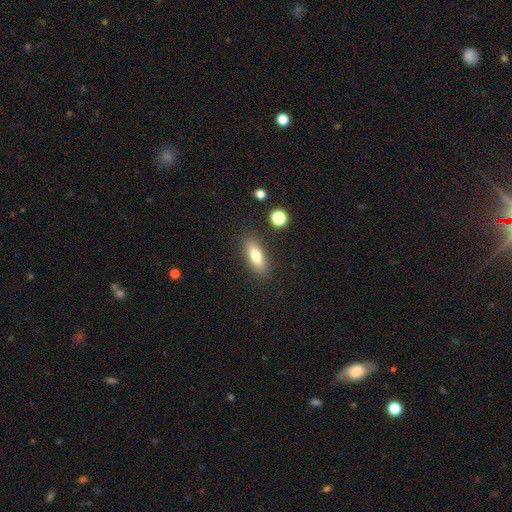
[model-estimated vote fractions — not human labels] A smooth galaxy with no disk features (73%) that is in between round and cigar-shaped (68%).

Vote fractions:
- Smooth or featured? smooth: 73% / featured or disk: 19% / star or artifact: 8%
- How rounded? in between: 68% / cigar-shaped: 29% / round: 4%
- Merging? none: 86% / minor disturbance: 9% / major disturbance: 3% / merger: 2%